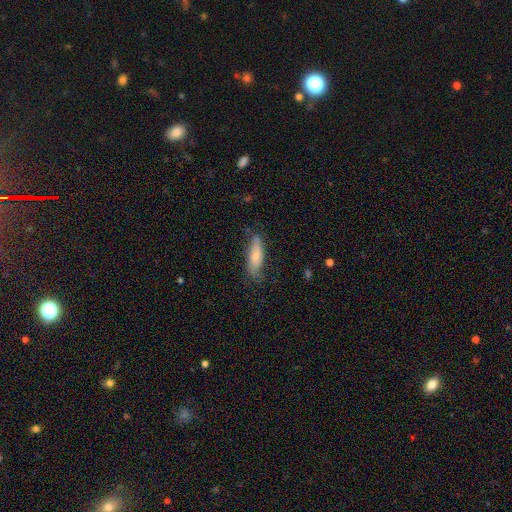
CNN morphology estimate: This appears to be a smooth galaxy with no disk features (69%) that is cigar-shaped (53%). Merging: none (68%).